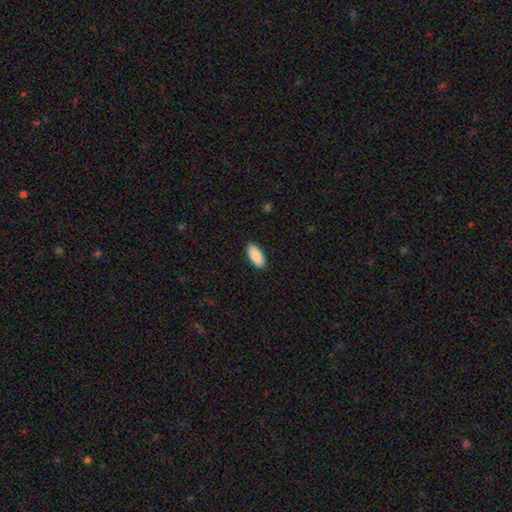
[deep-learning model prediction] smooth 90%, star or artifact 6%, featured or disk 5%. Down the decision tree: how rounded — in between (91%); merging — none (90%).